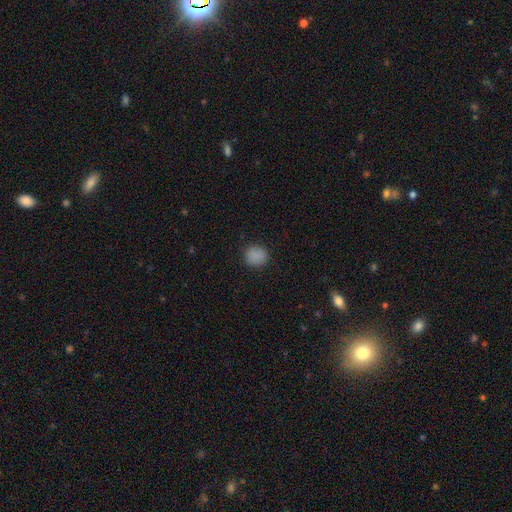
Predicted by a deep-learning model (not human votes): This is clearly a smooth galaxy (86%). How rounded: clearly round (84%). Merging: clearly none (88%).